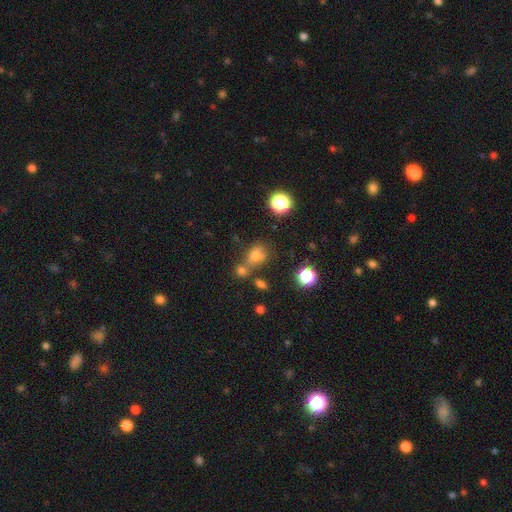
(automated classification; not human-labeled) A smooth galaxy with no disk features (68%) that is in between round and cigar-shaped (52%).

Vote fractions:
- Smooth or featured? smooth: 68% / star or artifact: 20% / featured or disk: 12%
- How rounded? in between: 52% / round: 47% / cigar-shaped: 2%
- Merging? none: 46% / merger: 33% / minor disturbance: 14% / major disturbance: 7%